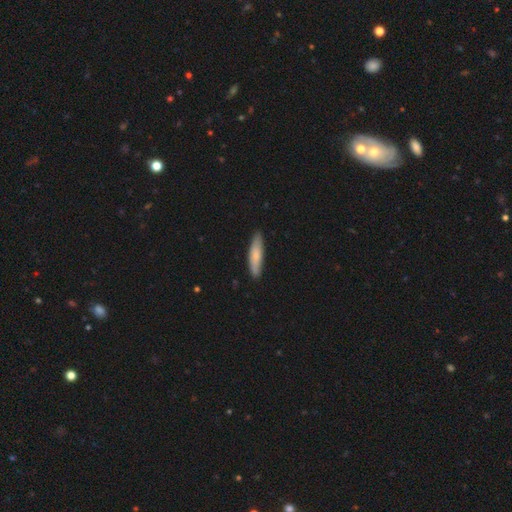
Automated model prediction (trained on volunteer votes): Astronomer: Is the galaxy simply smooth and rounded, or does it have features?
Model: smooth — 75%.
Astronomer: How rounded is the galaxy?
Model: cigar-shaped — 74%.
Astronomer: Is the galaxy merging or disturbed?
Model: none — 86%.